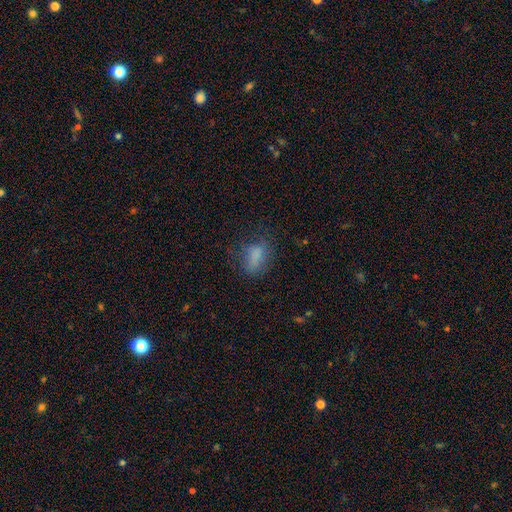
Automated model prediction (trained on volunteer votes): Smooth or featured?
  - smooth: 73% *
  - featured or disk: 14%
  - star or artifact: 14%
How rounded?
  - in between: 80% *
  - round: 12%
  - cigar-shaped: 9%
Merging?
  - none: 59% *
  - minor disturbance: 22%
  - major disturbance: 16%
  - merger: 2%